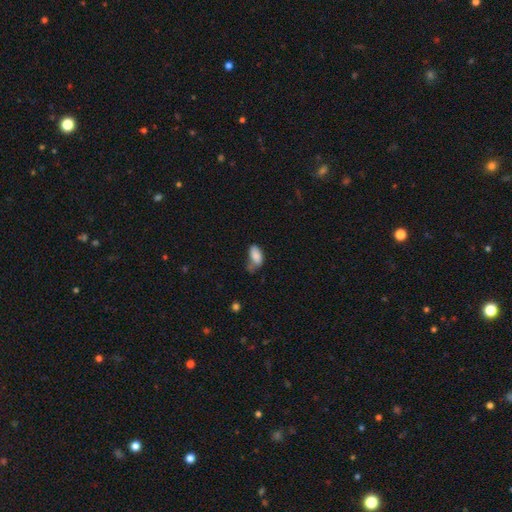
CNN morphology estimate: Q: Smooth or featured?
A: smooth (84%); runner-up: star or artifact (8%)
Q: How rounded?
A: in between (93%); runner-up: cigar-shaped (4%)
Q: Merging?
A: none (40%); runner-up: minor disturbance (34%)